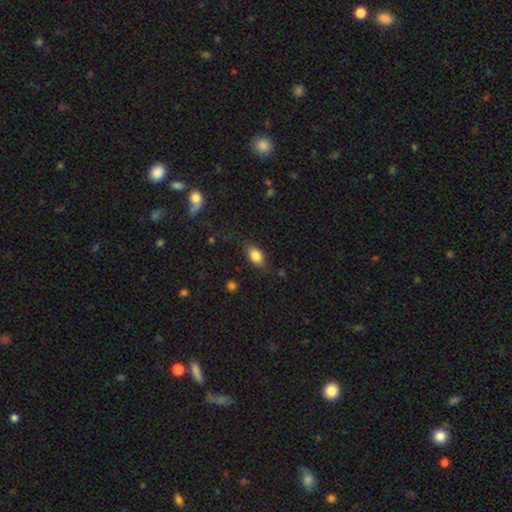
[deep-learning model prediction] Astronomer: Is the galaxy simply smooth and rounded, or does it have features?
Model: smooth — 84%.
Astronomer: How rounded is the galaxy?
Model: in between — 88%.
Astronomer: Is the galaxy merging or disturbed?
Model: none — 78%.